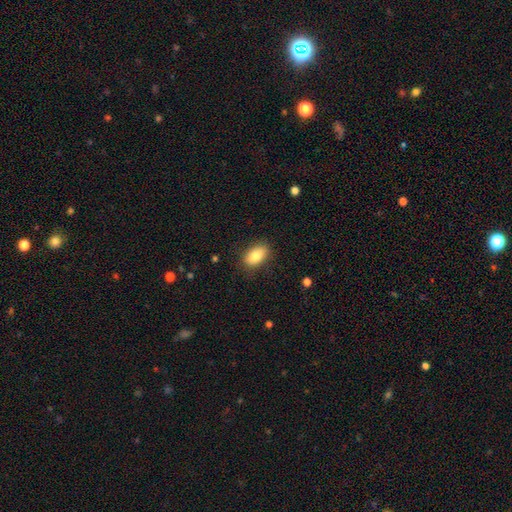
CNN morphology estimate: A smooth galaxy with no disk features (83%) that is in between round and cigar-shaped (90%).

Vote fractions:
- Smooth or featured? smooth: 83% / featured or disk: 10% / star or artifact: 7%
- How rounded? in between: 90% / round: 7% / cigar-shaped: 3%
- Merging? none: 84% / minor disturbance: 12% / major disturbance: 3% / merger: 1%